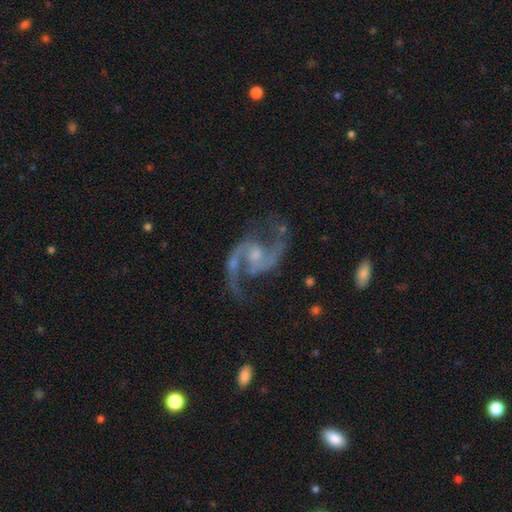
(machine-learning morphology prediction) smooth-or-featured: featured or disk: 92% | star or artifact: 5% | smooth: 3%
  disk-edge-on: no: 98% | yes: 2%
    bar: no: 45% | weak: 44% | strong: 11%
    has-spiral-arms: yes: 98% | no: 2%
      spiral-winding: medium: 52% | loose: 41% | tight: 7%
      spiral-arm-count: 2: 94% | can't tell: 2% | 1: 1% | 3: 1% | 4: 1% | more than 4: 1%
    bulge-size: small: 45% | moderate: 37% | none: 13% | large: 4% | dominant: 1%
  merging: none: 72% | minor disturbance: 15% | major disturbance: 10% | merger: 3%